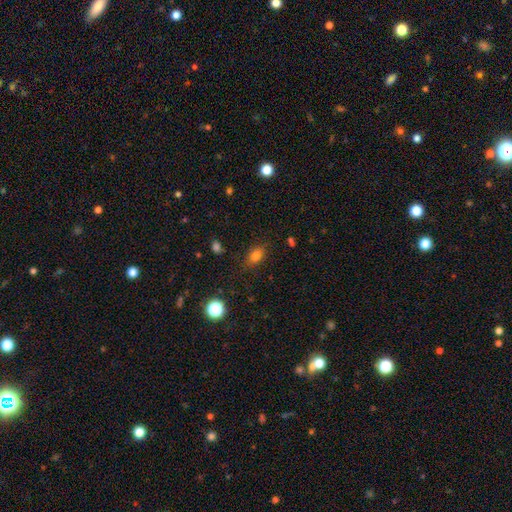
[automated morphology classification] Smooth or featured? smooth (79%)
How rounded? in between (71%)
Merging? none (79%)